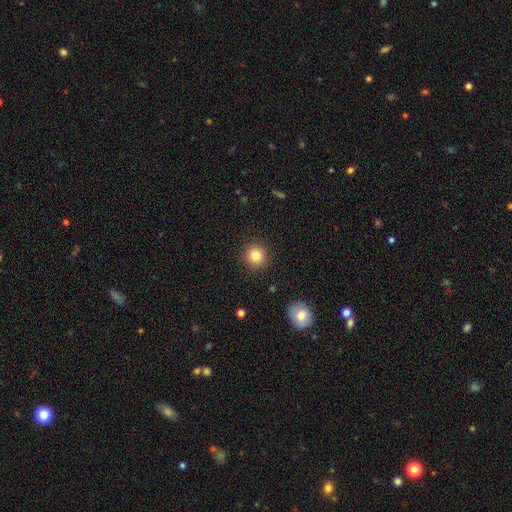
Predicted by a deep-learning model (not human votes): Smooth or featured? Predicted: smooth (p=0.83). How rounded? Predicted: round (p=0.93). Merging? Predicted: none (p=0.91).